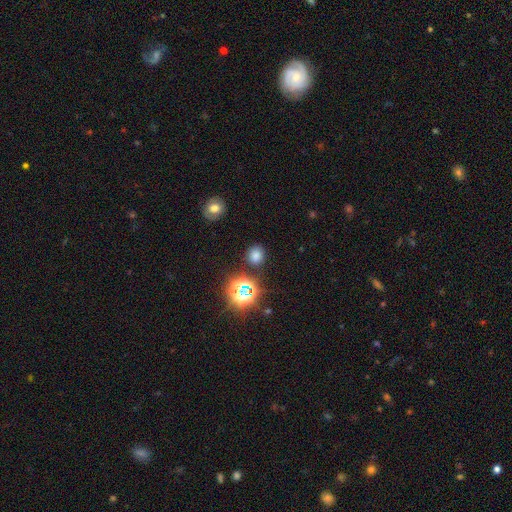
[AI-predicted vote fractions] This is likely a smooth galaxy (71%). How rounded: likely round (80%). Merging: clearly none (85%).